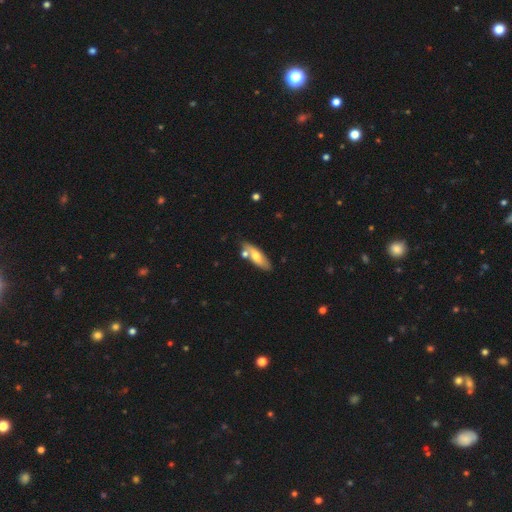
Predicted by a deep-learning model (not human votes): Smooth or featured?
  - smooth: 58% *
  - featured or disk: 36%
  - star or artifact: 6%
How rounded?
  - in between: 57% *
  - cigar-shaped: 40%
  - round: 3%
Merging?
  - none: 70% *
  - minor disturbance: 14%
  - merger: 13%
  - major disturbance: 3%